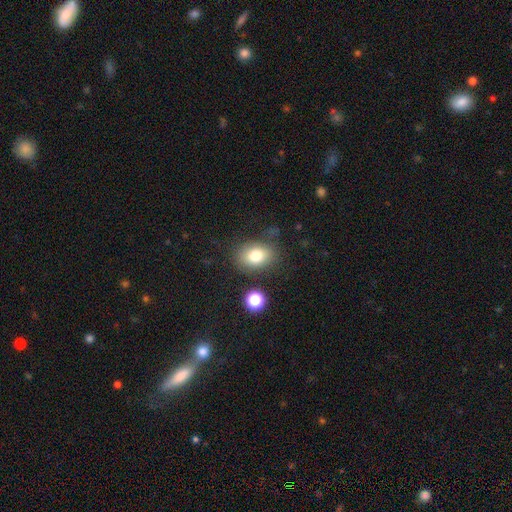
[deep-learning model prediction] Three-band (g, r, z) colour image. It shows a smooth galaxy with no disk features (78%) that is in between round and cigar-shaped (66%). Merging: none (76%).